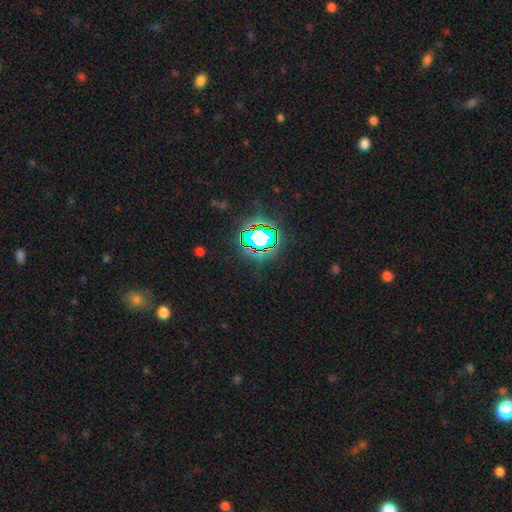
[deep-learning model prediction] smooth-or-featured: star or artifact: 78% | smooth: 14% | featured or disk: 8%